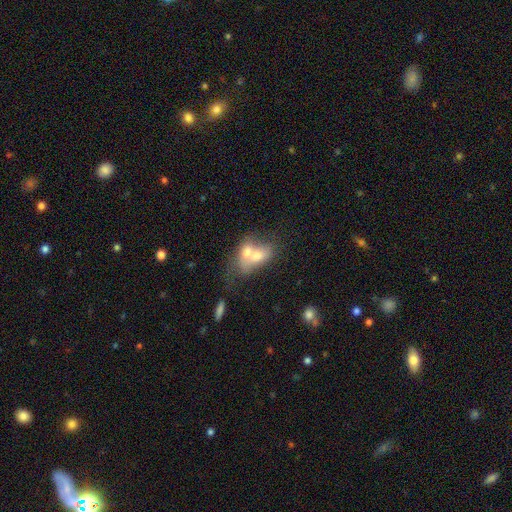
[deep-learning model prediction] Overall: smooth (59%; featured or disk 32%). How rounded: in between (71%). Merging: merger (75%).